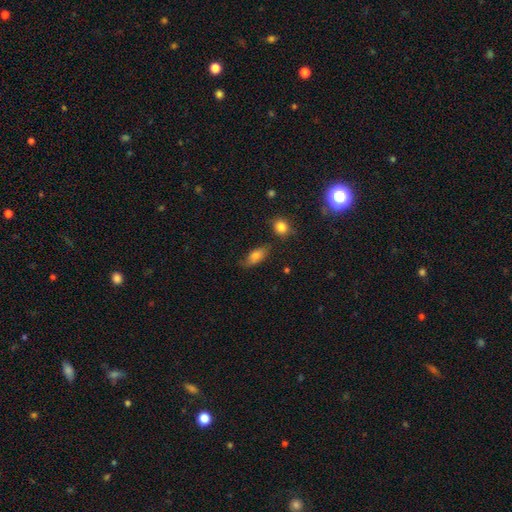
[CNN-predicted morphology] This appears to be a smooth galaxy with no disk features (77%) that is in between round and cigar-shaped (85%). Merging: none (64%).